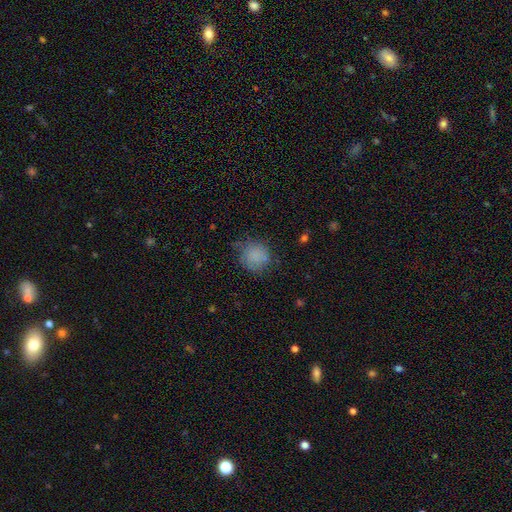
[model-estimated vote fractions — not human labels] This appears to be a smooth galaxy with no disk features (81%) that is round (85%). Merging: none (64%).